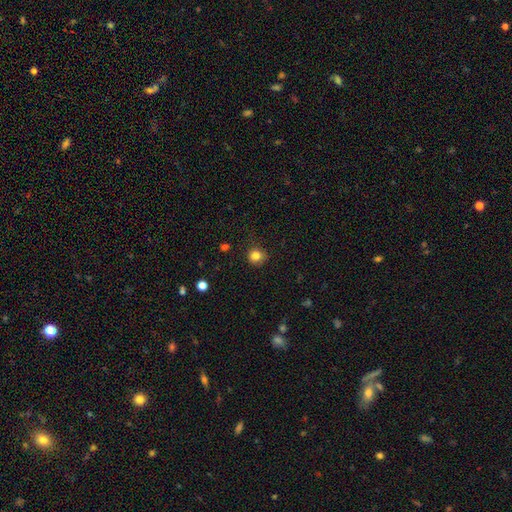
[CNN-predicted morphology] This appears to be a smooth galaxy with no disk features (82%) that is round (89%). Merging: none (85%).